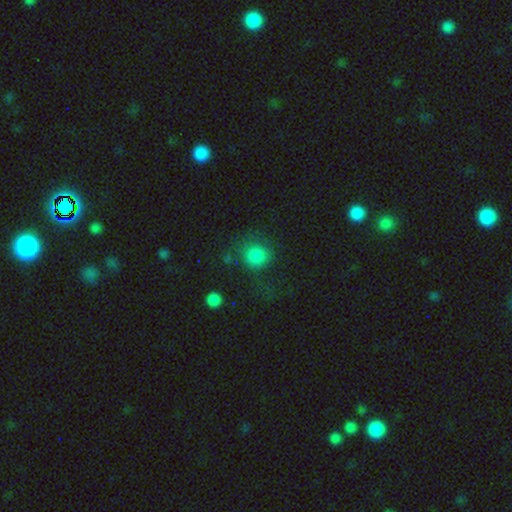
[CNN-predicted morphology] type=smooth (80%); roundness=round (86%); merging=none (63%).